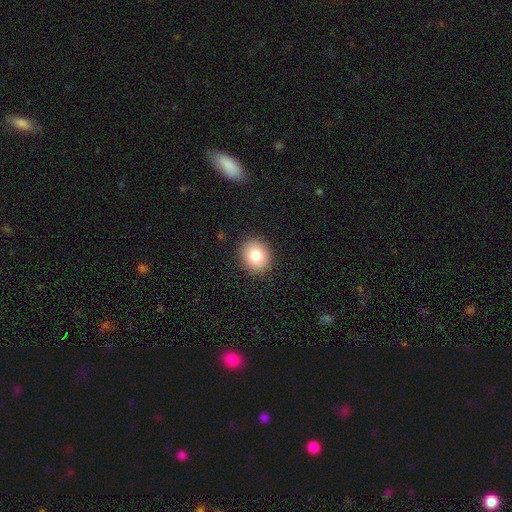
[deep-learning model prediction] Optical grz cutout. It shows a smooth galaxy with no disk features (83%) that is round (69%). Merging: none (90%).